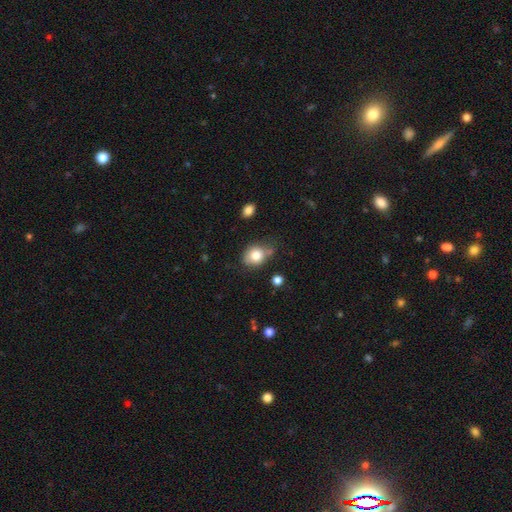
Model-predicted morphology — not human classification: type=smooth (80%); roundness=round (53%); merging=none (56%).